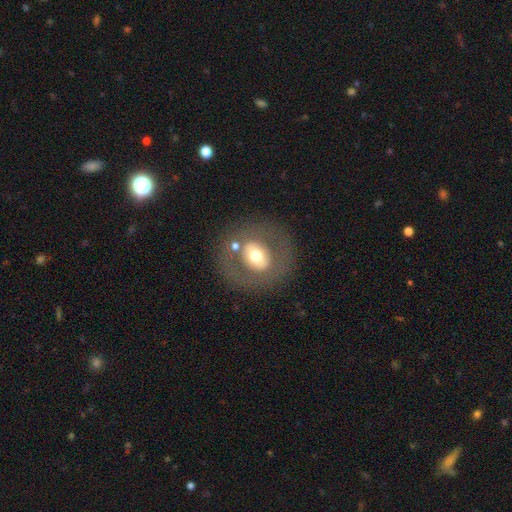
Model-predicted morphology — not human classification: The model was most divided on "smooth or featured": smooth: 47%, featured or disk: 45%, star or artifact: 8%. More confident: merging — none (77%).